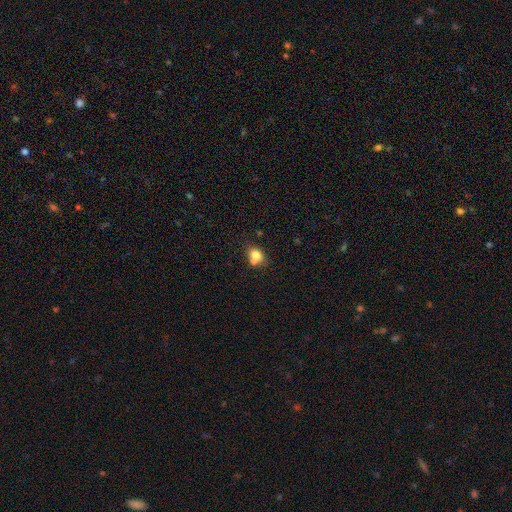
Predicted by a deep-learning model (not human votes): Smooth or featured? Predicted: smooth (p=0.77). How rounded? Predicted: round (p=0.59). Merging? Predicted: none (p=0.47).